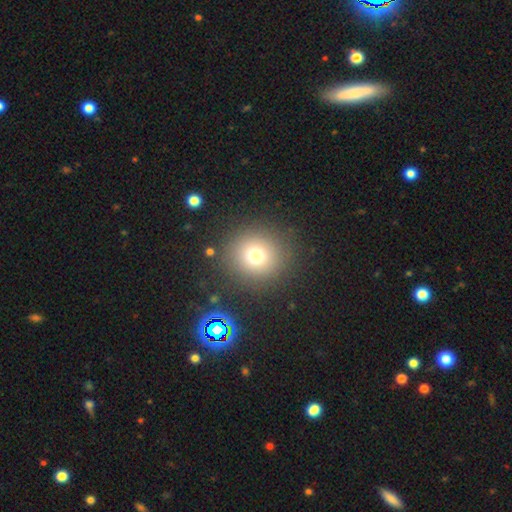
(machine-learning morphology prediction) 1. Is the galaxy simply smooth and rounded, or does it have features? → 73% smooth, 17% star or artifact, 10% featured or disk.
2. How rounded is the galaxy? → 92% round, 7% in between, 1% cigar-shaped.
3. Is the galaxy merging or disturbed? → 87% none, 7% minor disturbance, 4% major disturbance, 2% merger.